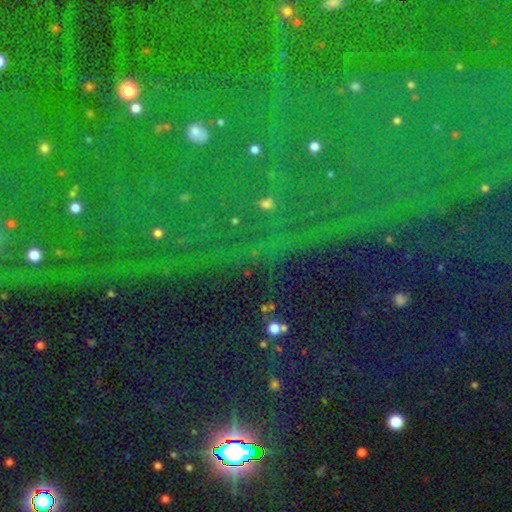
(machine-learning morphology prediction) A star or artifact, not a galaxy (87%).